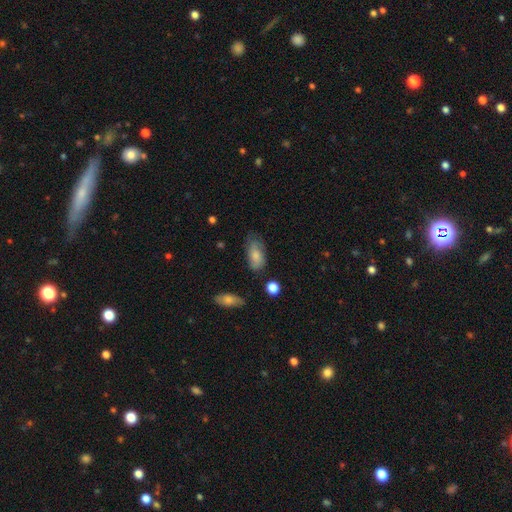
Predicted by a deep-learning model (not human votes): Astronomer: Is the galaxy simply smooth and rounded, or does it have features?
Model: smooth — 71%.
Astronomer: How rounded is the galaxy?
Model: in between — 89%.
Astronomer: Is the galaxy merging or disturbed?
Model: none — 65%.